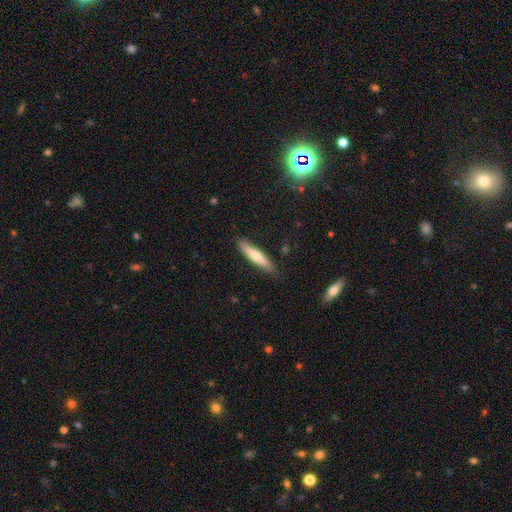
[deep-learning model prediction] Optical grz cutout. It shows a smooth galaxy with no disk features (62%) that is cigar-shaped (81%). Merging: none (86%).